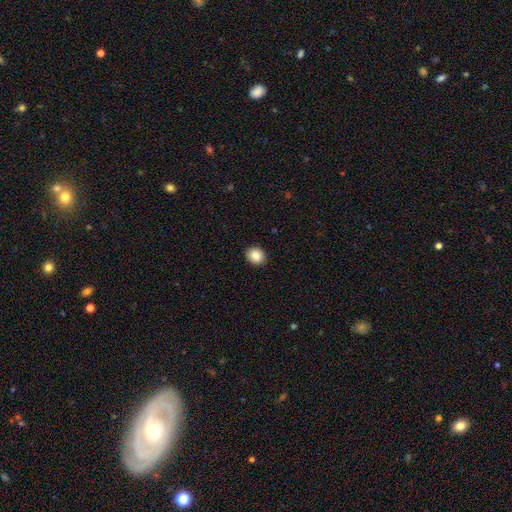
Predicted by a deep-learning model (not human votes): smooth 86%, star or artifact 9%, featured or disk 5%. Down the decision tree: how rounded — round (72%); merging — none (92%).